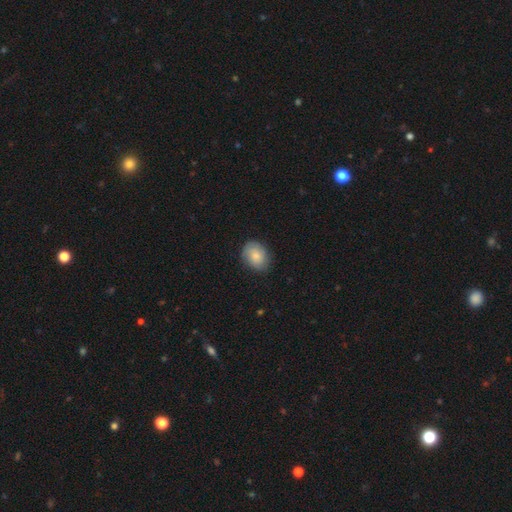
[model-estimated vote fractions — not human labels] Smooth or featured? smooth (75%)
How rounded? in between (61%)
Merging? none (80%)